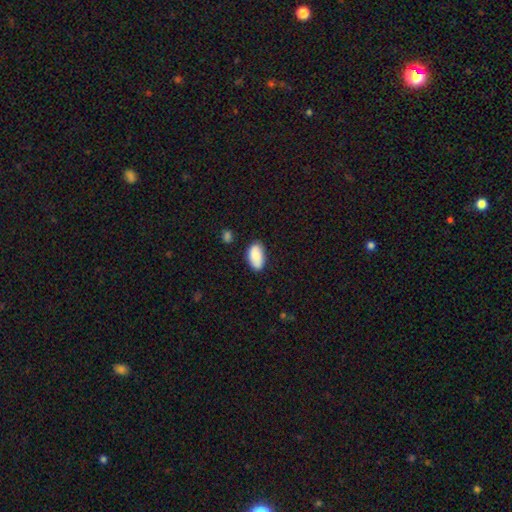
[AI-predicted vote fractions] This appears to be a smooth galaxy with no disk features (82%) that is in between round and cigar-shaped (95%). Merging: none (78%).